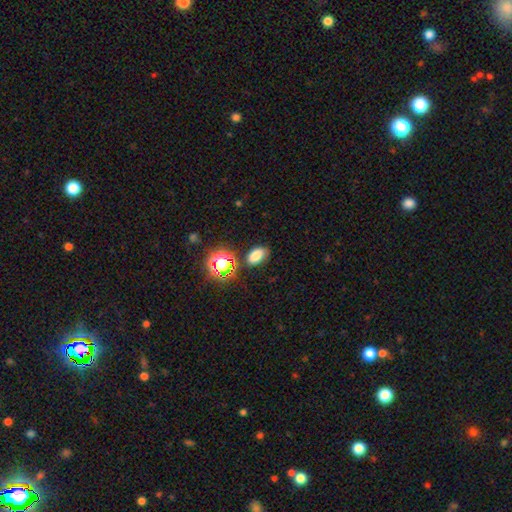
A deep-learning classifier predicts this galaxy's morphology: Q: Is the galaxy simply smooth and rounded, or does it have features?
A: smooth — 74%.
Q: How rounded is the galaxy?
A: in between — 84%.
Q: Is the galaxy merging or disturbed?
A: none — 78%.